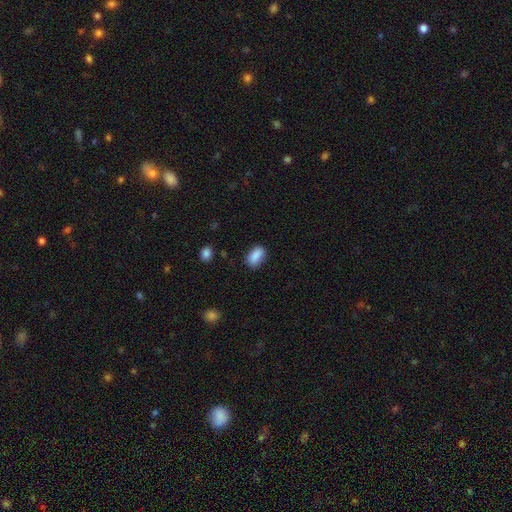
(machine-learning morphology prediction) Smooth or featured? smooth (88%)
How rounded? in between (89%)
Merging? none (78%)